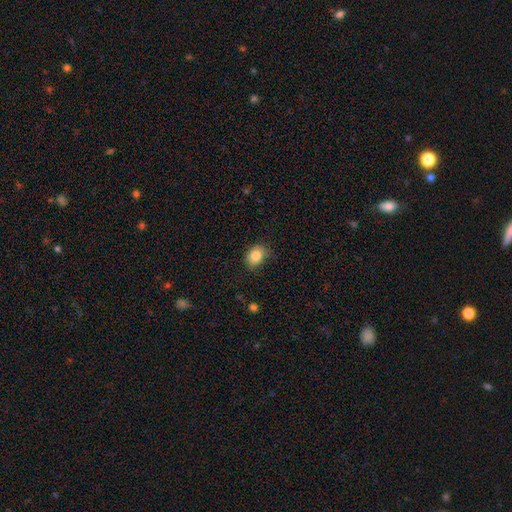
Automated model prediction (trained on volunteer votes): smooth-or-featured: smooth: 85% | star or artifact: 10% | featured or disk: 6%
  how-rounded: in between: 58% | round: 41% | cigar-shaped: 1%
  merging: none: 69% | minor disturbance: 25% | major disturbance: 5% | merger: 1%